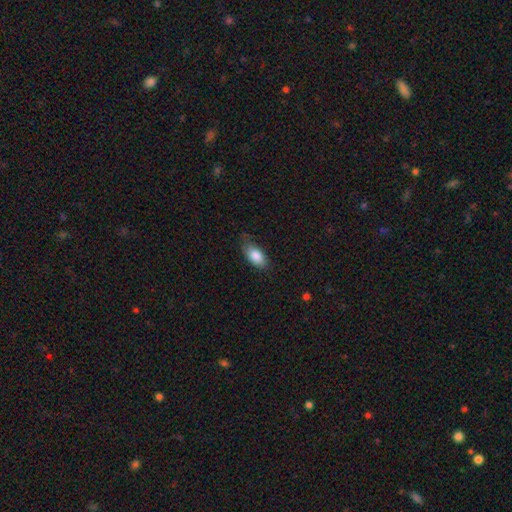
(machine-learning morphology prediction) A smooth galaxy with no disk features (84%) that is in between round and cigar-shaped (90%).

Vote fractions:
- Smooth or featured? smooth: 84% / featured or disk: 9% / star or artifact: 7%
- How rounded? in between: 90% / cigar-shaped: 6% / round: 3%
- Merging? none: 68% / minor disturbance: 25% / major disturbance: 5% / merger: 1%